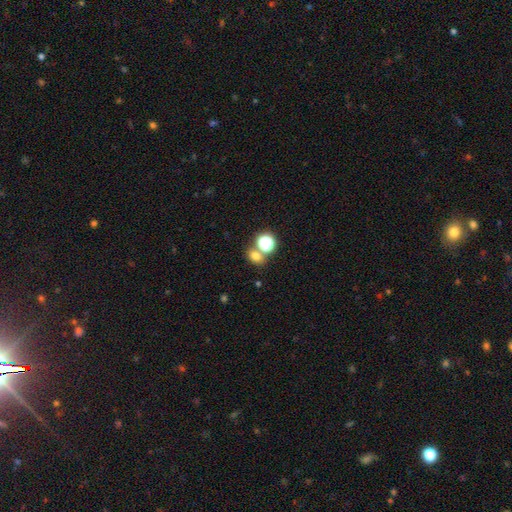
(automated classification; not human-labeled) Smooth or featured?
  - smooth: 70% *
  - star or artifact: 22%
  - featured or disk: 8%
How rounded?
  - round: 51% *
  - in between: 48%
  - cigar-shaped: 1%
Merging?
  - none: 61% *
  - merger: 25%
  - minor disturbance: 9%
  - major disturbance: 4%